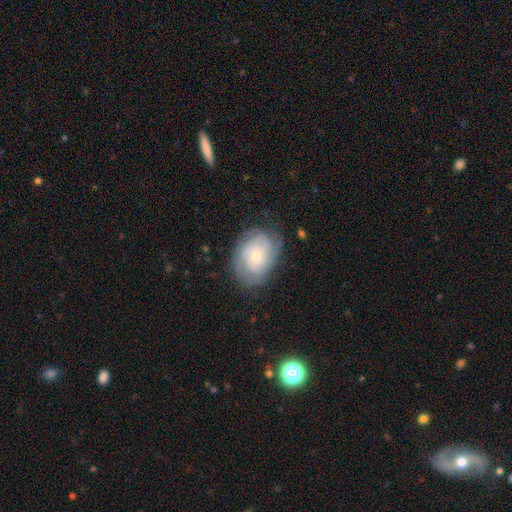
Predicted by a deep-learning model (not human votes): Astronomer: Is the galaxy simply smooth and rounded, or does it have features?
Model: featured or disk — 69%.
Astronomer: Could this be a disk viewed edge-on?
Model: no — 97%.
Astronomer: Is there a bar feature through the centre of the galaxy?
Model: no — 78%.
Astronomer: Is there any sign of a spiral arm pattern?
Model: yes — 90%.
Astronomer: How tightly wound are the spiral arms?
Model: tight — 67%.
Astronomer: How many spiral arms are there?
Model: can't tell — 43% (runner-up: 2, 23%).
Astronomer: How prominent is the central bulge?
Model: small — 69%.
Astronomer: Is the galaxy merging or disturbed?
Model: none — 72%.